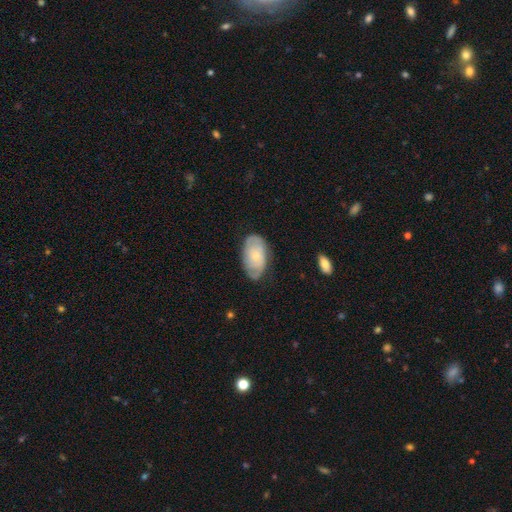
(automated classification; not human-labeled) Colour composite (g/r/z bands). It shows a featured or disk galaxy (50%). Merging: none (74%).